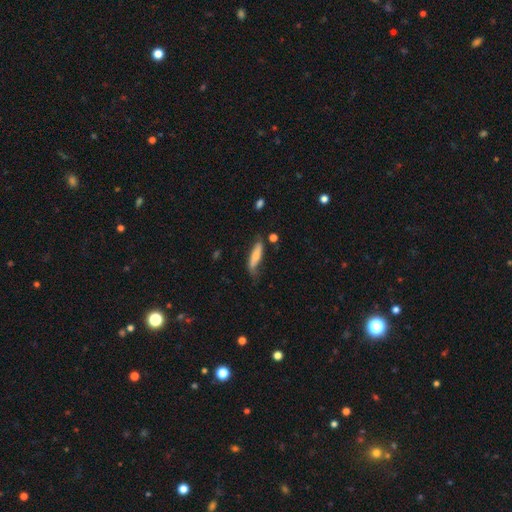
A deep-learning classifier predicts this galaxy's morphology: type=smooth (65%); roundness=cigar-shaped (66%); merging=none (53%).